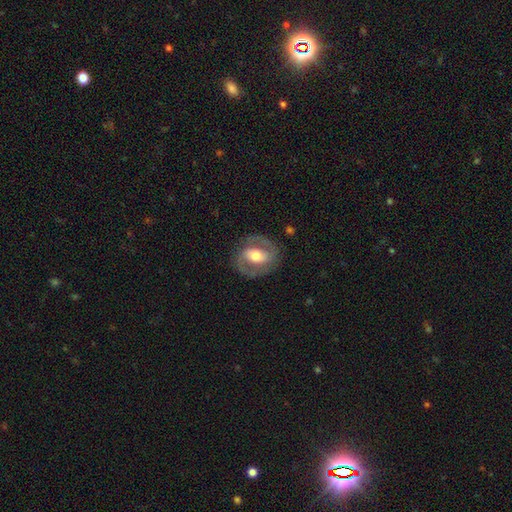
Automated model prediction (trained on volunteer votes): Smooth or featured: featured or disk — 75% (smooth — 20%)
Edge-on disk: no — 96% (yes — 4%)
Bar: weak — 37% (strong — 36%)
Spiral arms: yes — 81% (no — 19%)
Spiral winding: medium — 50% (tight — 33%)
Spiral arm count: 2 — 88% (can't tell — 6%)
Bulge size: moderate — 68% (small — 15%)
Merging: none — 82% (minor disturbance — 11%)